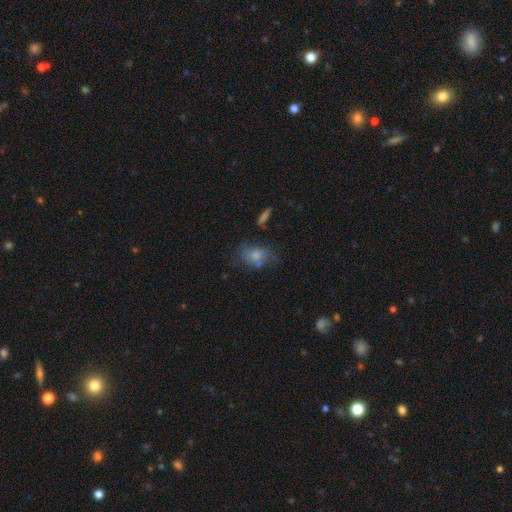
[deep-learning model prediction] The model was most divided on "merging": none: 49%, minor disturbance: 27%, major disturbance: 15%, merger: 9%. More confident: how rounded — in between (74%); smooth or featured — smooth (70%).